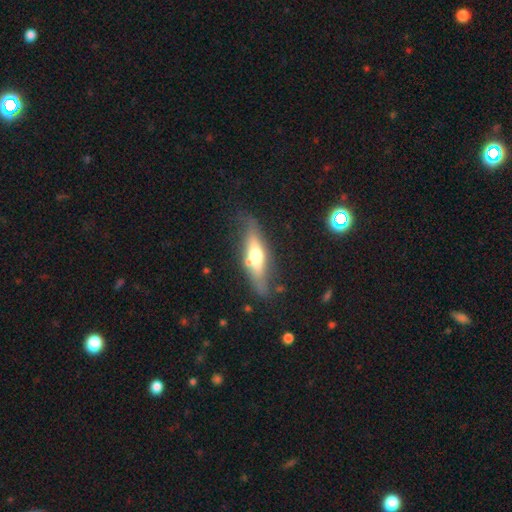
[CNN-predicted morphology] featured or disk 56%, smooth 38%, star or artifact 6%. Down the decision tree: edge-on disk — yes (81%); merging — none (67%).